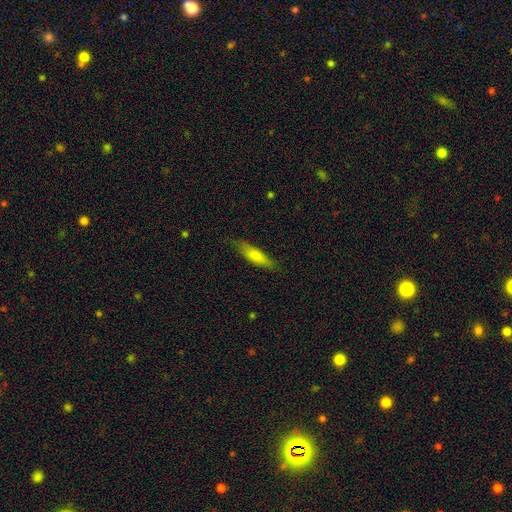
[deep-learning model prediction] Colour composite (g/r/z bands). It shows a smooth galaxy with no disk features (78%) that is cigar-shaped (58%). Merging: none (76%).